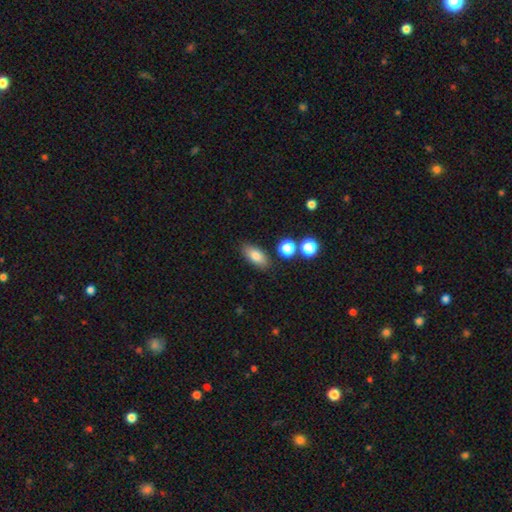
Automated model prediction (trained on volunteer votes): Morphology: type=smooth (83%); roundness=in between (85%); merging=none (84%).